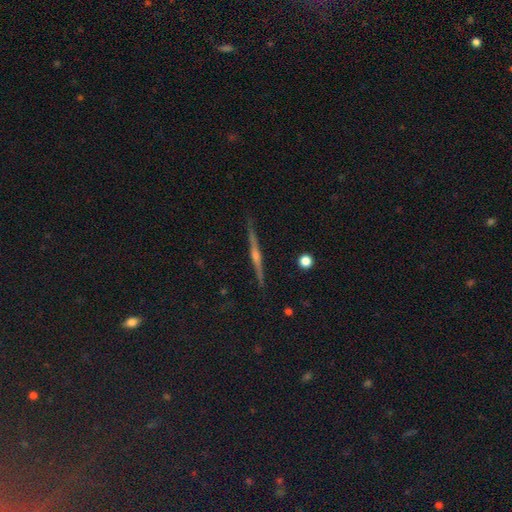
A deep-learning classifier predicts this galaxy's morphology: This appears to be a featured or disk galaxy (80%) viewed edge-on (98%) with a rounded central bulge (82%). Merging: none (90%).